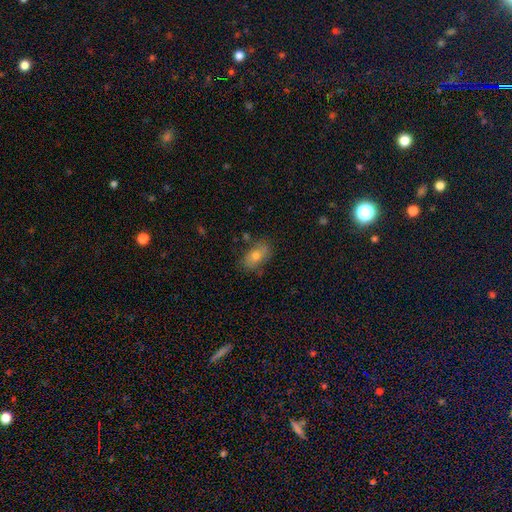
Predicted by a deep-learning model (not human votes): Morphology: type=smooth (69%); roundness=in between (88%); merging=none (77%).